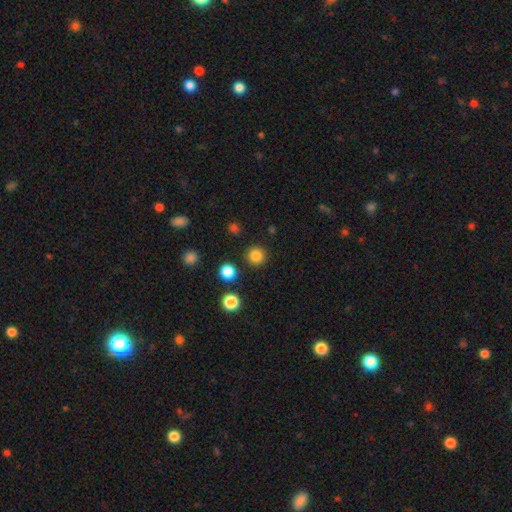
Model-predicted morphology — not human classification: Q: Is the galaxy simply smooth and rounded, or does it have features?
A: smooth — 83%.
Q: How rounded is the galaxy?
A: round — 95%.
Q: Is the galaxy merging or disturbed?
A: none — 90%.